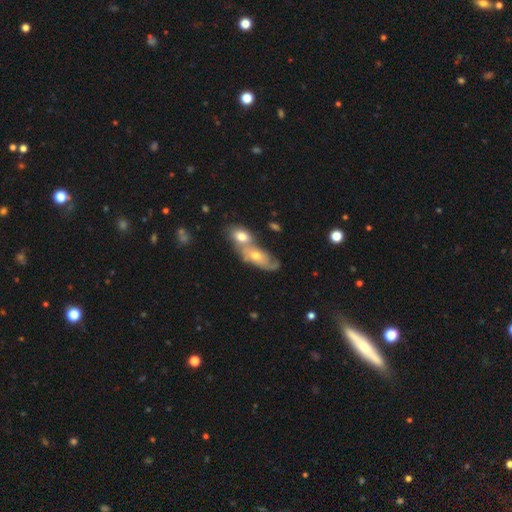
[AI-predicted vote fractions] smooth_or_featured: smooth (p=0.46) [alt: featured or disk p=0.45]
merging: merger (p=0.62) [alt: none p=0.23]